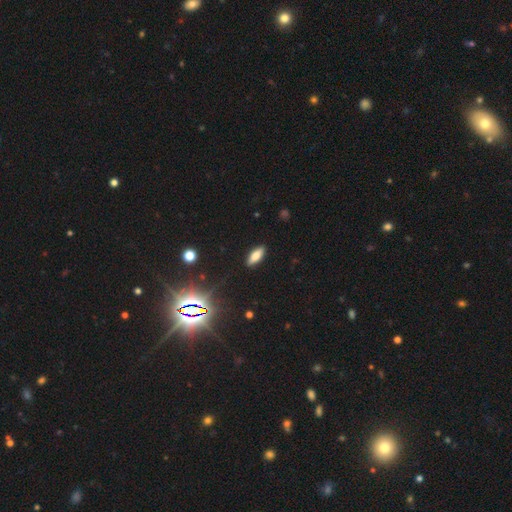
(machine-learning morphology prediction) Smooth or featured?
  - smooth: 69% *
  - featured or disk: 20%
  - star or artifact: 11%
How rounded?
  - in between: 68% *
  - cigar-shaped: 29%
  - round: 3%
Merging?
  - none: 89% *
  - minor disturbance: 8%
  - major disturbance: 2%
  - merger: 1%